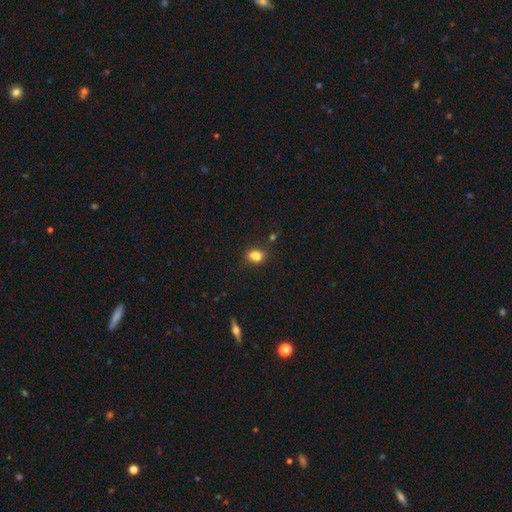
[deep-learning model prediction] Smooth or featured: smooth — 82% (star or artifact — 12%)
How rounded: in between — 62% (round — 37%)
Merging: none — 67% (minor disturbance — 18%)